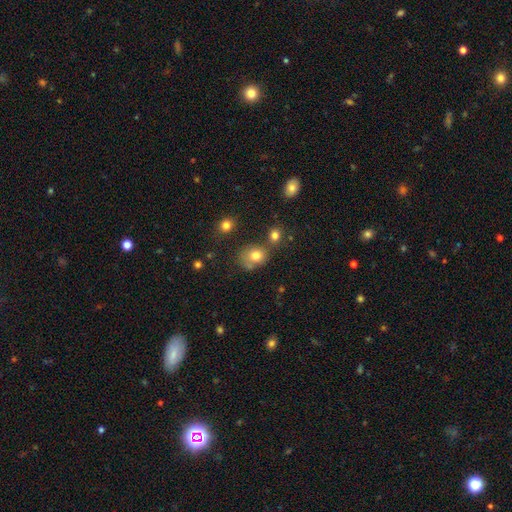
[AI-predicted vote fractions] Smooth or featured: smooth — 76% (star or artifact — 13%)
How rounded: round — 65% (in between — 34%)
Merging: none — 51% (merger — 23%)